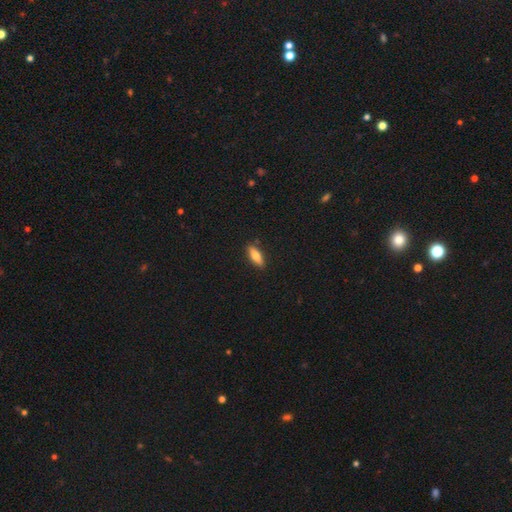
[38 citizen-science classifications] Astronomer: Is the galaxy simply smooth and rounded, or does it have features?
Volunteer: smooth — 76%.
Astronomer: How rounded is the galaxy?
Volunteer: in between — 55% (runner-up: cigar-shaped, 41%).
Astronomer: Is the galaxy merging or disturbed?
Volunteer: none — 82%.